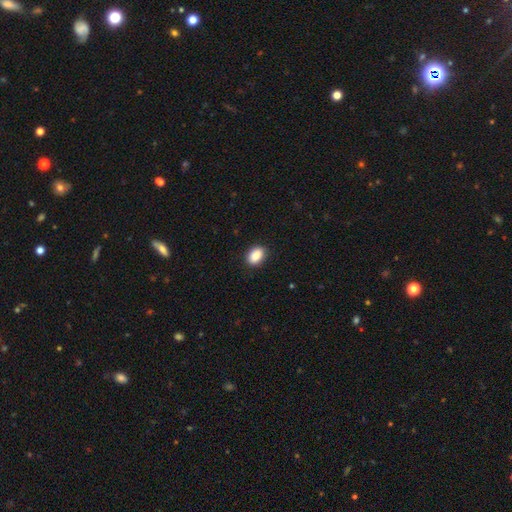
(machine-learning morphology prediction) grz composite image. It shows a smooth galaxy with no disk features (89%) that is in between round and cigar-shaped (81%). Merging: none (88%).